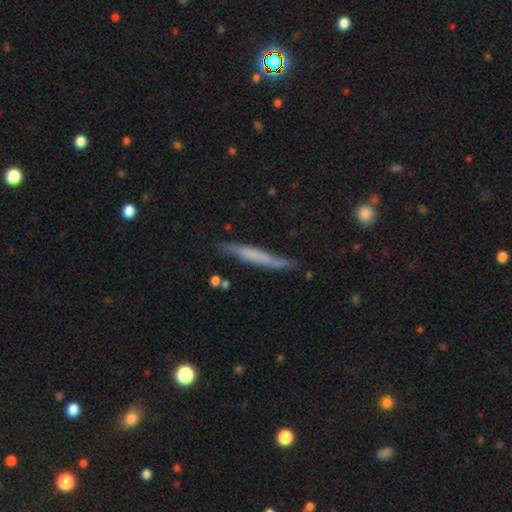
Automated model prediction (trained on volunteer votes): A smooth galaxy with no disk features (50%) that is cigar-shaped (95%).

Vote fractions:
- Smooth or featured? smooth: 50% / featured or disk: 43% / star or artifact: 7%
- How rounded? cigar-shaped: 95% / in between: 3% / round: 2%
- Merging? none: 74% / minor disturbance: 19% / major disturbance: 4% / merger: 3%